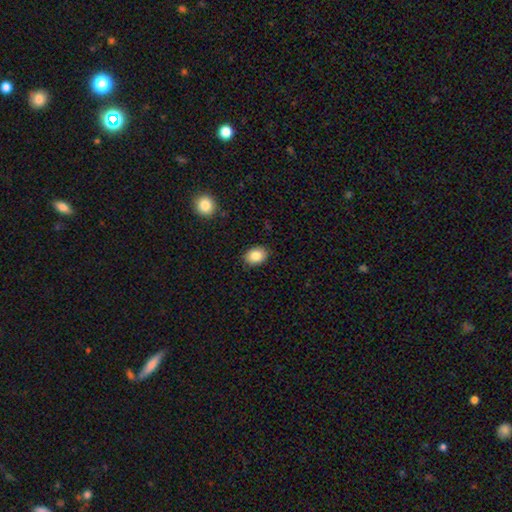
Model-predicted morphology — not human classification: This is clearly a smooth galaxy (85%). How rounded: likely in between (71%). Merging: clearly none (88%).